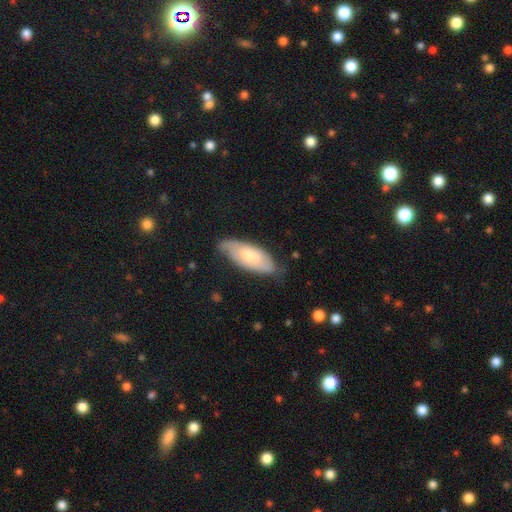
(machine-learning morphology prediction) smooth-or-featured: smooth: 55% | featured or disk: 40% | star or artifact: 5%
  how-rounded: in between: 85% | cigar-shaped: 13% | round: 2%
  merging: none: 63% | minor disturbance: 29% | major disturbance: 7% | merger: 2%